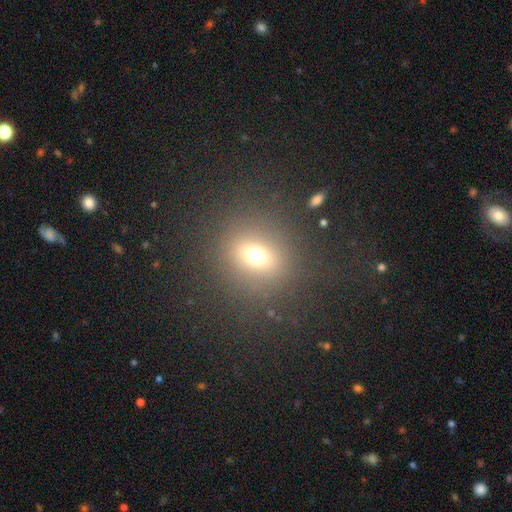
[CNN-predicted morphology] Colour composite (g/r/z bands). It shows a smooth galaxy with no disk features (65%) that is round (78%). Merging: none (82%).